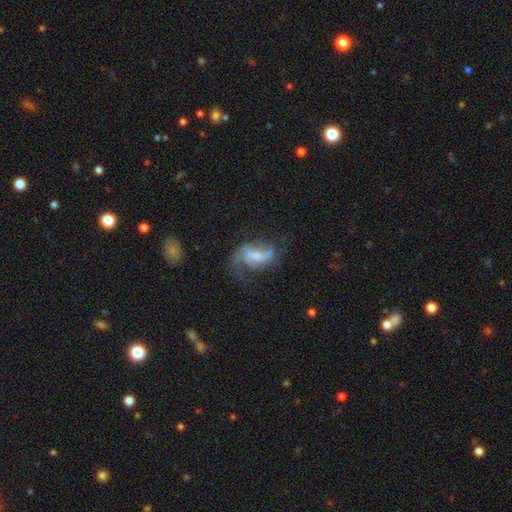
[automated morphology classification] smooth_or_featured: featured or disk (p=0.72) [alt: smooth p=0.19]
disk_edge_on: no (p=0.96) [alt: yes p=0.04]
bar: weak (p=0.48) [alt: no p=0.29]
has_spiral_arms: yes (p=0.87) [alt: no p=0.13]
spiral_winding: loose (p=0.50) [alt: medium p=0.39]
spiral_arm_count: 2 (p=0.64) [alt: can't tell p=0.13]
bulge_size: moderate (p=0.35) [tied with: small p=0.35]
merging: none (p=0.44) [alt: major disturbance p=0.32]